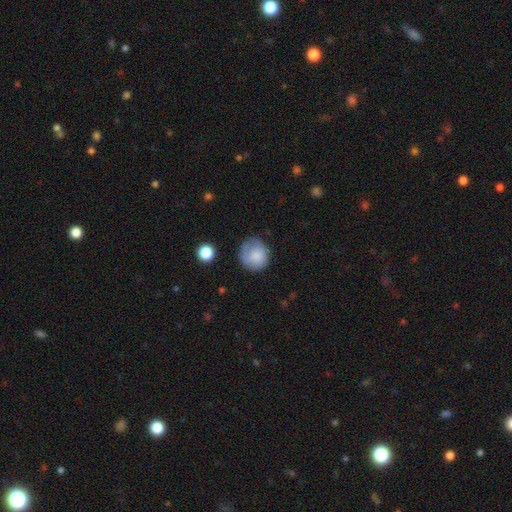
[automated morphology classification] The model was most divided on "merging": none: 60%, minor disturbance: 26%, major disturbance: 12%, merger: 2%. More confident: how rounded — round (81%); smooth or featured — smooth (76%).